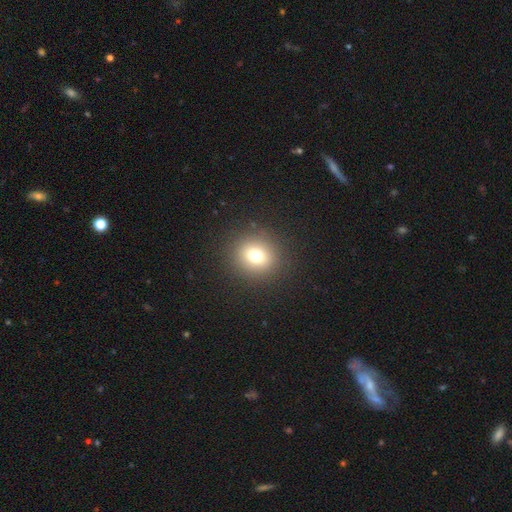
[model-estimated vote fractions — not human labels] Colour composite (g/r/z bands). It shows a smooth galaxy with no disk features (73%) that is round (86%). Merging: none (90%).